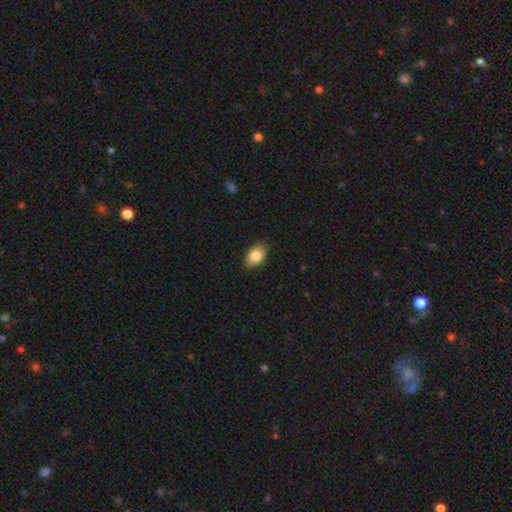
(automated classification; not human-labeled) Smooth or featured: smooth — 84% (featured or disk — 8%)
How rounded: in between — 84% (round — 15%)
Merging: none — 87% (minor disturbance — 10%)